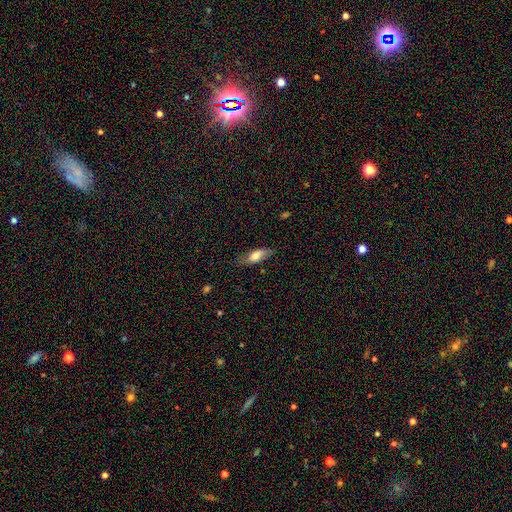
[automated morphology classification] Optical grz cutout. It shows a smooth galaxy with no disk features (67%) that is in between round and cigar-shaped (73%). Merging: none (73%).